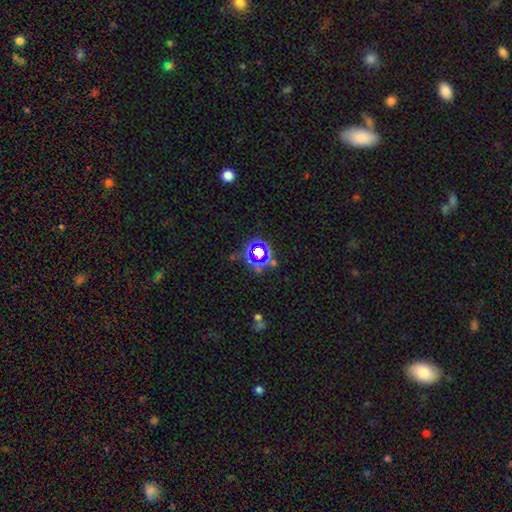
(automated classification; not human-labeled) Q: Smooth or featured?
A: star or artifact (67%); runner-up: smooth (22%)